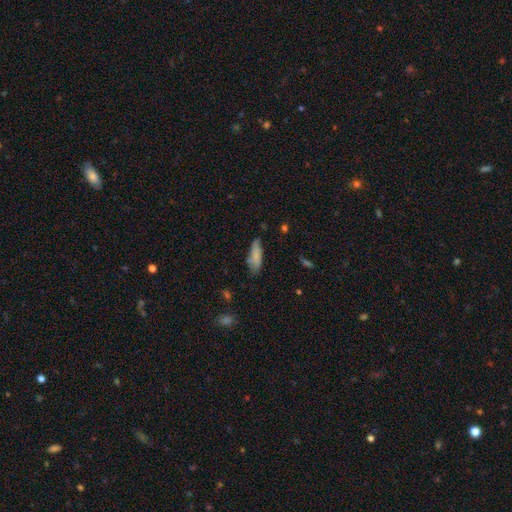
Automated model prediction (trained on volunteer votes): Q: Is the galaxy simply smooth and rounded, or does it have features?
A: smooth — 77%.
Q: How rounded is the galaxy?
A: in between — 56%.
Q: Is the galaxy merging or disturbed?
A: none — 61%.